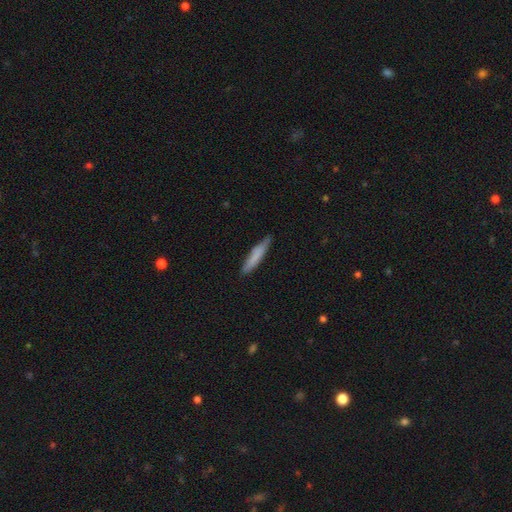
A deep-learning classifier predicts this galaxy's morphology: smooth_or_featured: smooth (p=0.77) [alt: featured or disk p=0.18]
how_rounded: cigar-shaped (p=0.91) [alt: in between p=0.08]
merging: none (p=0.82) [alt: minor disturbance p=0.14]